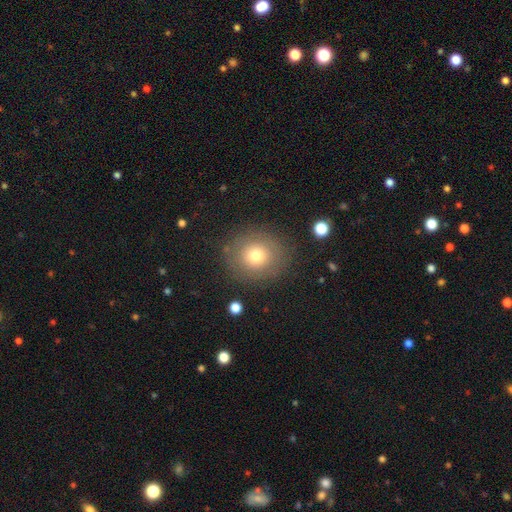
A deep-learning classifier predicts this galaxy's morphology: smooth_or_featured: smooth (p=0.71) [alt: featured or disk p=0.16]
how_rounded: round (p=0.82) [alt: in between p=0.17]
merging: none (p=0.84) [alt: minor disturbance p=0.10]